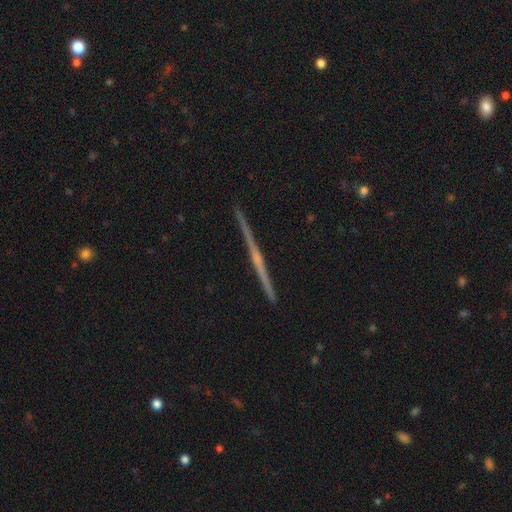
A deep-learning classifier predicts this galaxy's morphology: Smooth or featured? featured or disk (76%)
Edge-on disk? yes (99%)
Edge-on bulge? none (62%)
Merging? none (93%)